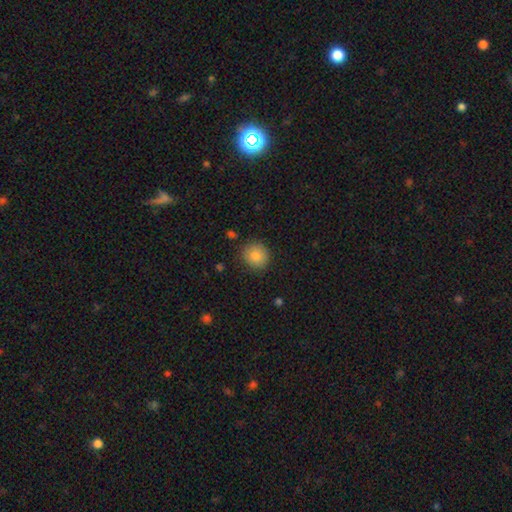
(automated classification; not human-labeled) Q: Smooth or featured?
A: smooth (83%); runner-up: star or artifact (9%)
Q: How rounded?
A: round (87%); runner-up: in between (12%)
Q: Merging?
A: none (87%); runner-up: minor disturbance (9%)